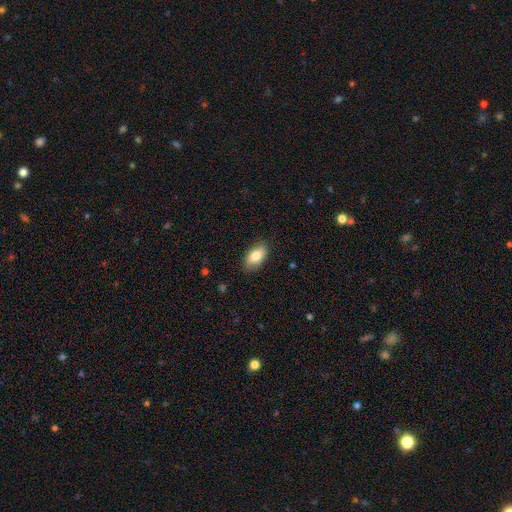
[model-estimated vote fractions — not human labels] Smooth or featured: smooth — 78% (featured or disk — 15%)
How rounded: in between — 92% (round — 5%)
Merging: none — 85% (minor disturbance — 11%)